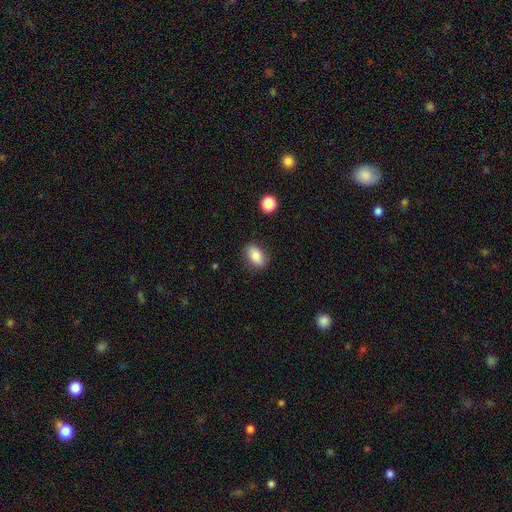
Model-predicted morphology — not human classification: A smooth galaxy with no disk features (82%) that is in between round and cigar-shaped (87%).

Vote fractions:
- Smooth or featured? smooth: 82% / featured or disk: 10% / star or artifact: 8%
- How rounded? in between: 87% / round: 9% / cigar-shaped: 3%
- Merging? none: 83% / minor disturbance: 12% / major disturbance: 3% / merger: 2%